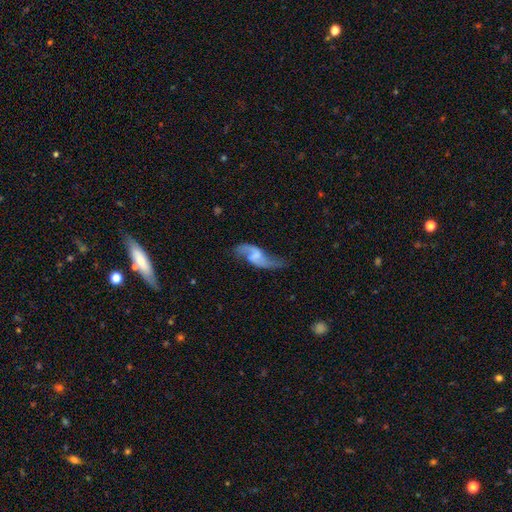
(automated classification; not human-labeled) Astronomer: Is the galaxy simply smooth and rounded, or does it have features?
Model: featured or disk — 79%.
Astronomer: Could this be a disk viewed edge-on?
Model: no — 95%.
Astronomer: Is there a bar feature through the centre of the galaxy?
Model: weak — 48% (runner-up: no, 36%).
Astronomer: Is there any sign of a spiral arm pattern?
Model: yes — 93%.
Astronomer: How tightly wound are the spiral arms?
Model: loose — 78%.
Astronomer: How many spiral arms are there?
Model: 2 — 90%.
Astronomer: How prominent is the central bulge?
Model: none — 45% (runner-up: small, 29%).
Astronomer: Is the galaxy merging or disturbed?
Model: none — 58%.